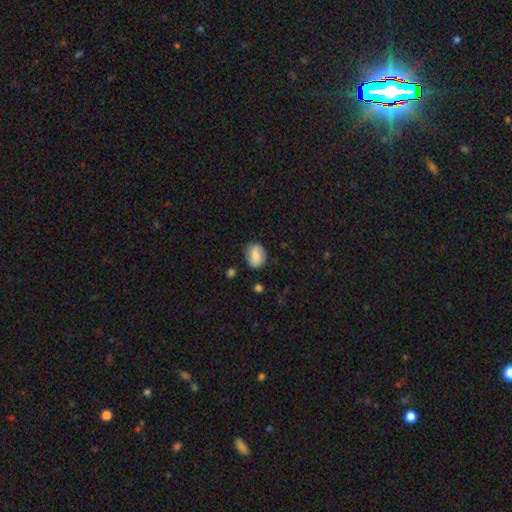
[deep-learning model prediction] Morphology: type=smooth (64%); roundness=in between (52%); merging=none (78%).